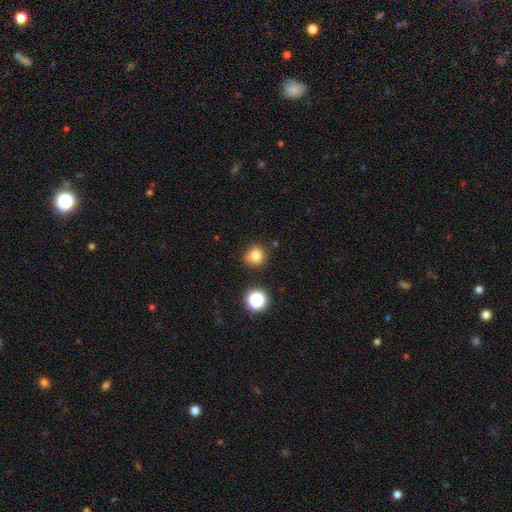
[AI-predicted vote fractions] smooth_or_featured: smooth (p=0.80) [alt: star or artifact p=0.14]
how_rounded: round (p=0.87) [alt: in between p=0.12]
merging: none (p=0.79) [alt: minor disturbance p=0.14]